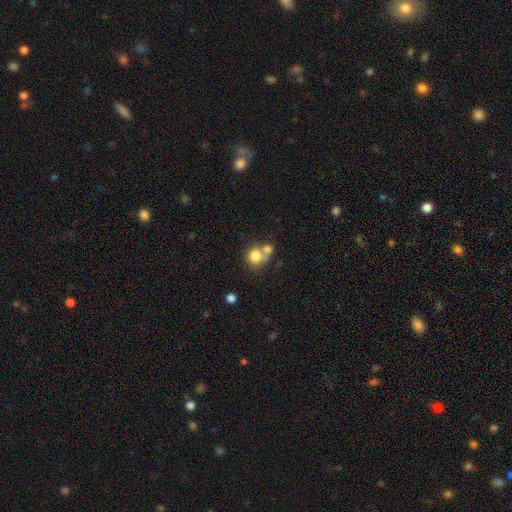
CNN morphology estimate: Q: Smooth or featured?
A: smooth (77%); runner-up: featured or disk (13%)
Q: How rounded?
A: round (83%); runner-up: in between (16%)
Q: Merging?
A: merger (46%); runner-up: none (41%)